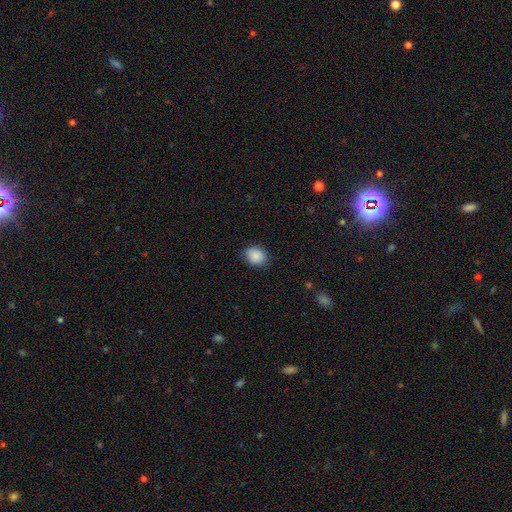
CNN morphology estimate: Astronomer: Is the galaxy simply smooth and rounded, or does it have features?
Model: smooth — 89%.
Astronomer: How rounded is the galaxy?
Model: round — 52% (runner-up: in between, 47%).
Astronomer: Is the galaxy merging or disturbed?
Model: none — 84%.